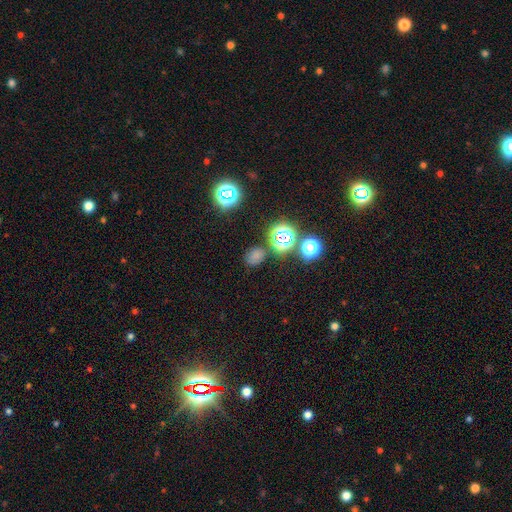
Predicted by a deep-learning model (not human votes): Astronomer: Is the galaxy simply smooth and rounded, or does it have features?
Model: smooth — 61%.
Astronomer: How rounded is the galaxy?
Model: round — 54% (runner-up: in between, 45%).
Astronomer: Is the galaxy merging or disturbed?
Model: none — 76%.